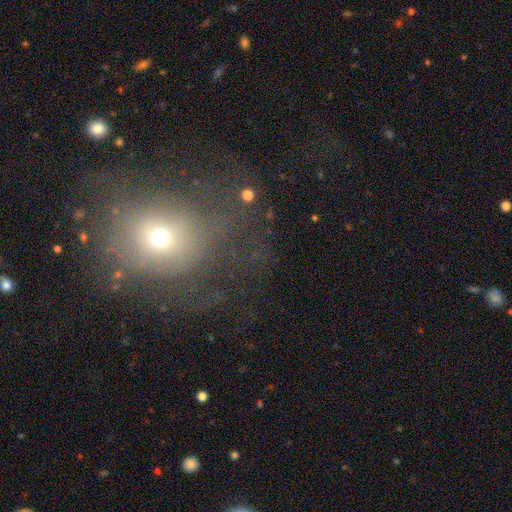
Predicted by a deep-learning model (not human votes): smooth_or_featured: smooth (p=0.48) [alt: star or artifact p=0.28]
merging: none (p=0.48) [alt: major disturbance p=0.31]